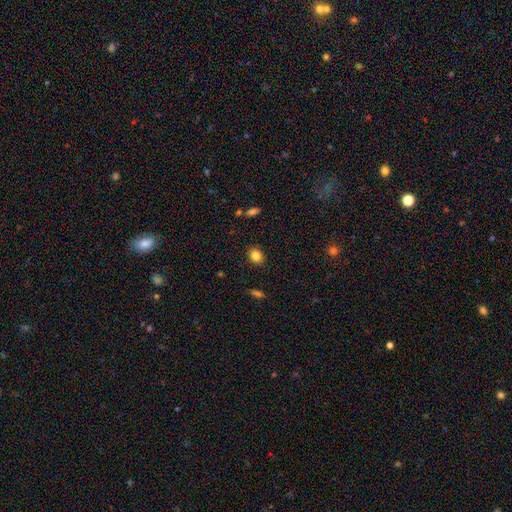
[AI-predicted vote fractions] Overall: smooth (84%). How rounded: round (57%; in between 42%). Merging: none (89%).